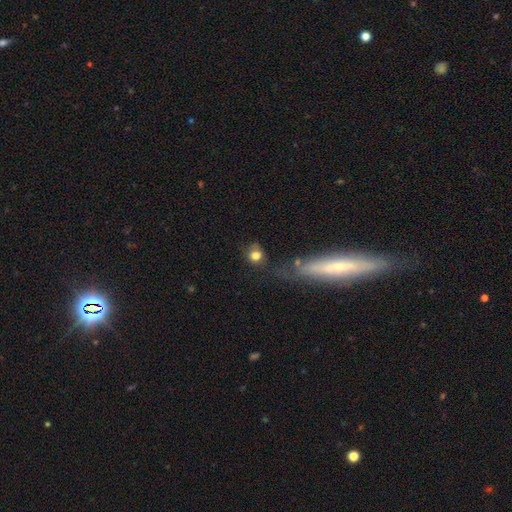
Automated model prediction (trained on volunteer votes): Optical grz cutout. It shows a smooth galaxy with no disk features (78%) that is round (79%). Merging: none (59%).